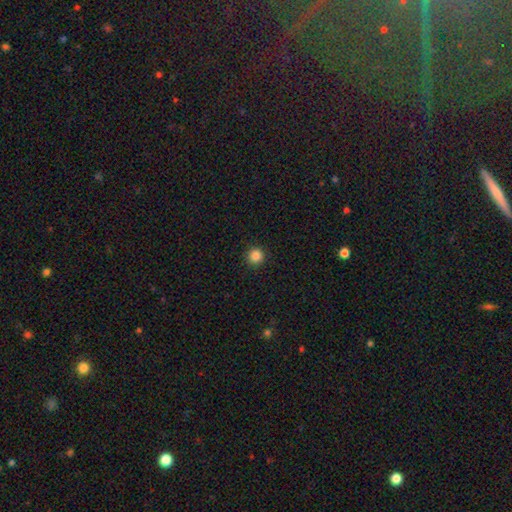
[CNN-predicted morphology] A smooth galaxy with no disk features (85%) that is round (95%). Merging: none (93%).